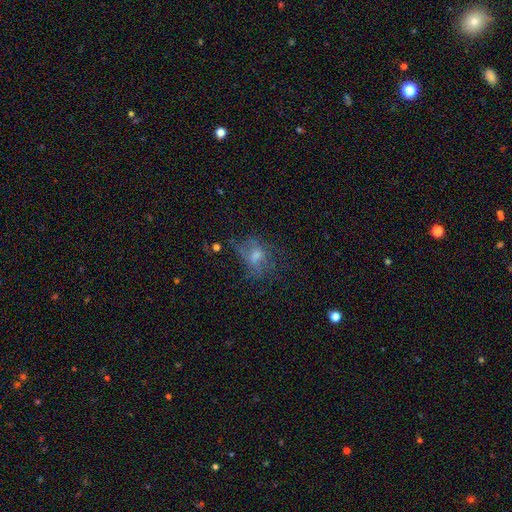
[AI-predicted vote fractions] Smooth or featured: smooth — 45% (featured or disk — 35%)
Merging: none — 48% (major disturbance — 26%)